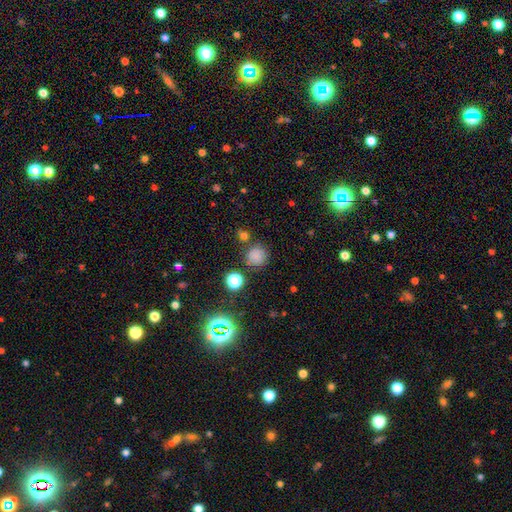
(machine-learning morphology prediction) smooth 74%, star or artifact 19%, featured or disk 6%. Down the decision tree: how rounded — round (93%); merging — none (80%).